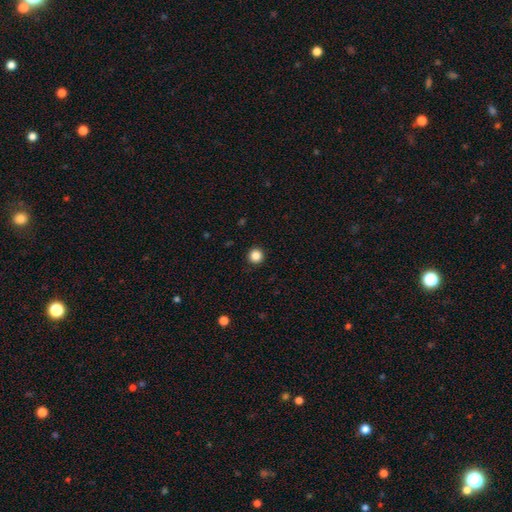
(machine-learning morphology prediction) A smooth galaxy with no disk features (87%) that is round (95%).

Vote fractions:
- Smooth or featured? smooth: 87% / star or artifact: 10% / featured or disk: 3%
- How rounded? round: 95% / in between: 4% / cigar-shaped: 1%
- Merging? none: 93% / minor disturbance: 4% / major disturbance: 2% / merger: 1%